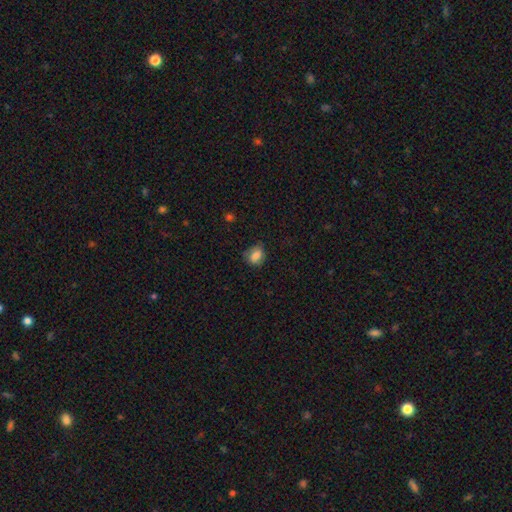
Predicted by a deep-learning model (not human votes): smooth 80%, featured or disk 11%, star or artifact 9%. Down the decision tree: how rounded — in between (55%); merging — none (62%).